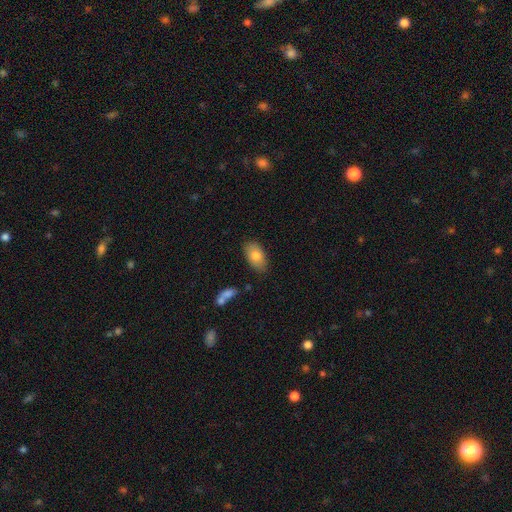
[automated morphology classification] smooth 78%, featured or disk 15%, star or artifact 7%. Down the decision tree: how rounded — in between (93%); merging — none (83%).